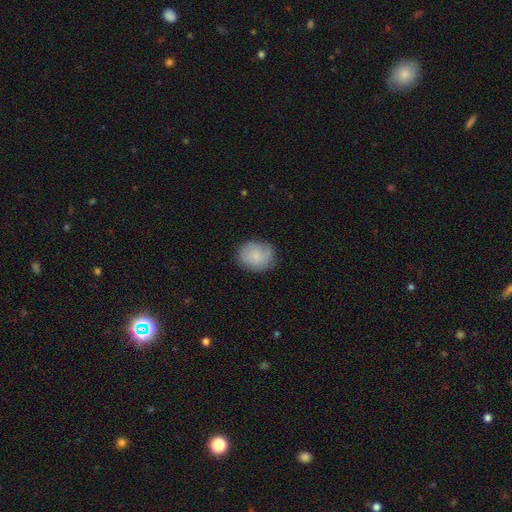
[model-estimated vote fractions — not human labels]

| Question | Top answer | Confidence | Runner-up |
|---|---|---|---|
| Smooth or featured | smooth | 74% | featured or disk (18%) |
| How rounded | round | 54% | in between (45%) |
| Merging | none | 75% | minor disturbance (19%) |